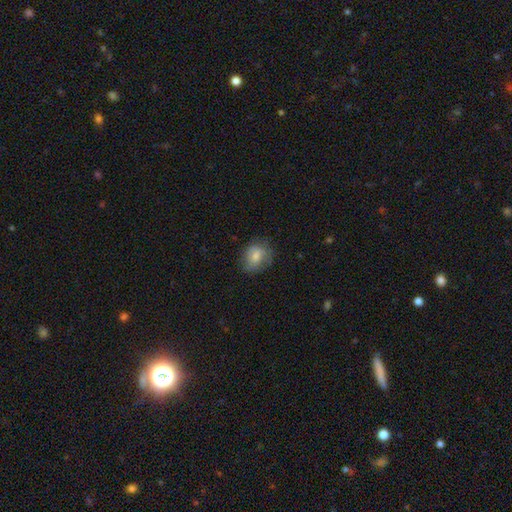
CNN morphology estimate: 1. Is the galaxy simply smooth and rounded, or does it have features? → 72% smooth, 20% featured or disk, 8% star or artifact.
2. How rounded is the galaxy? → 53% round, 46% in between, 1% cigar-shaped.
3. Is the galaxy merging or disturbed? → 67% none, 23% minor disturbance, 9% major disturbance, 1% merger.